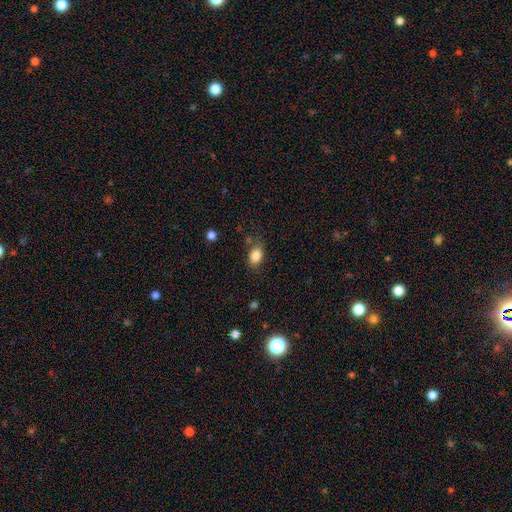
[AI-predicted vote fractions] This appears to be a smooth galaxy with no disk features (85%) that is in between round and cigar-shaped (78%). Merging: none (73%).